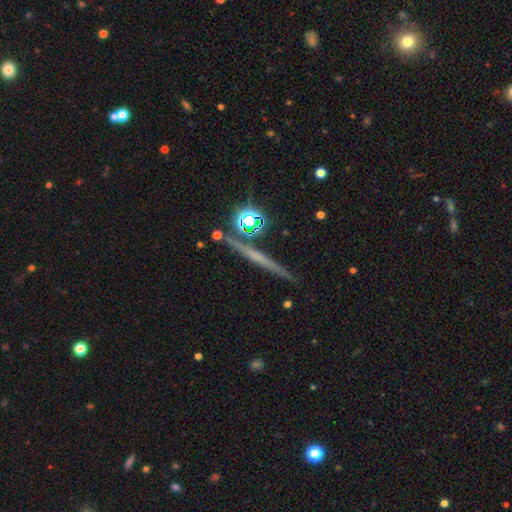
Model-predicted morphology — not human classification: Smooth or featured? Predicted: featured or disk (p=0.57). Edge-on disk? Predicted: yes (p=0.96). Edge-on bulge? Predicted: none (p=0.78). Merging? Predicted: none (p=0.87).